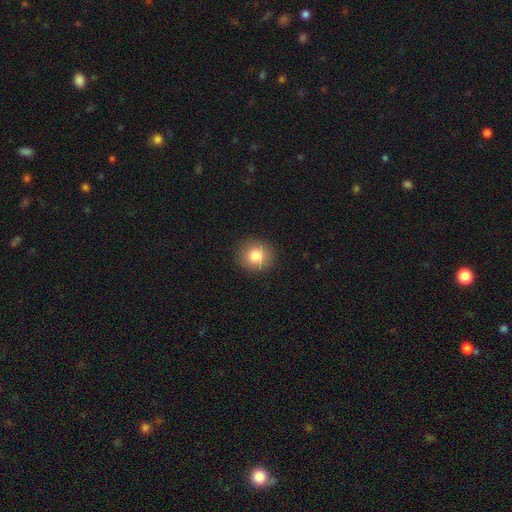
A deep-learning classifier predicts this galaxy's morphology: Smooth or featured: smooth — 82% (star or artifact — 10%)
How rounded: round — 87% (in between — 12%)
Merging: none — 91% (minor disturbance — 6%)